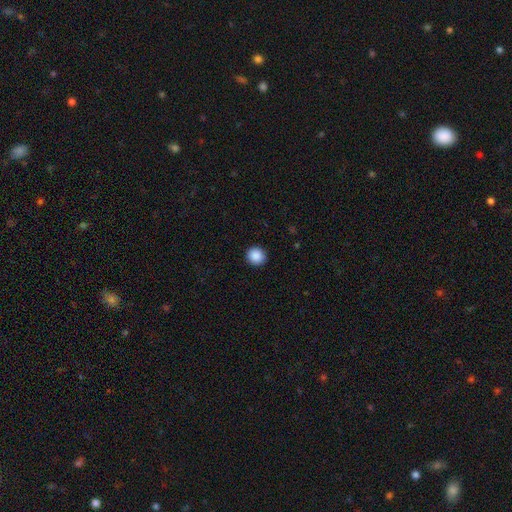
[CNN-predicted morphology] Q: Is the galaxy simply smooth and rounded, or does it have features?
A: smooth — 89%.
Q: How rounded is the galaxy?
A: round — 91%.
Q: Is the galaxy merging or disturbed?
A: none — 92%.